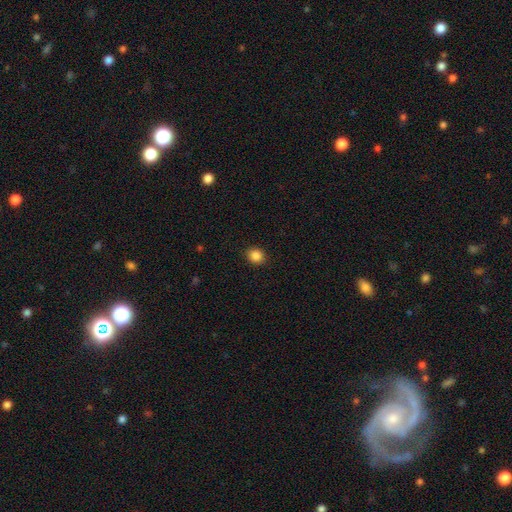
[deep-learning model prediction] The model was most divided on "how rounded": round: 74%, in between: 25%, cigar-shaped: 1%. More confident: merging — none (90%); smooth or featured — smooth (86%).